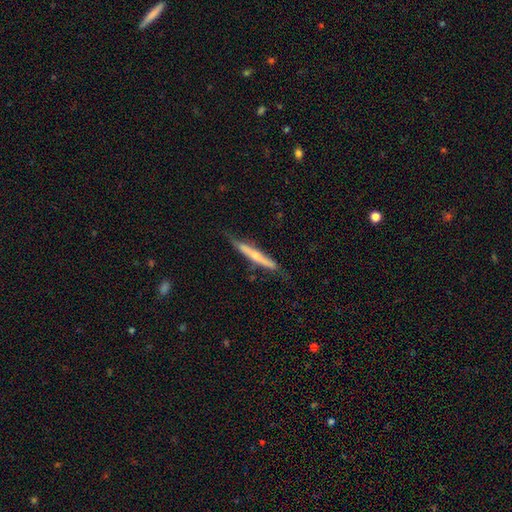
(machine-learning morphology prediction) Q: Smooth or featured?
A: featured or disk (55%); runner-up: smooth (40%)
Q: Edge-on disk?
A: yes (93%); runner-up: no (7%)
Q: Edge-on bulge?
A: rounded (60%); runner-up: none (34%)
Q: Merging?
A: none (73%); runner-up: minor disturbance (22%)